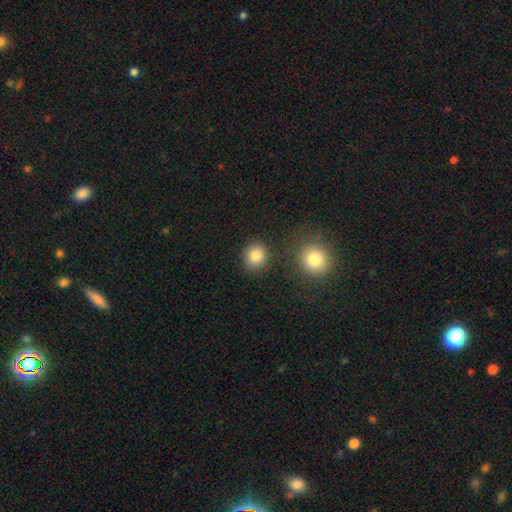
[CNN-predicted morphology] Q: Smooth or featured?
A: smooth (84%); runner-up: star or artifact (11%)
Q: How rounded?
A: round (81%); runner-up: in between (18%)
Q: Merging?
A: none (82%); runner-up: minor disturbance (9%)